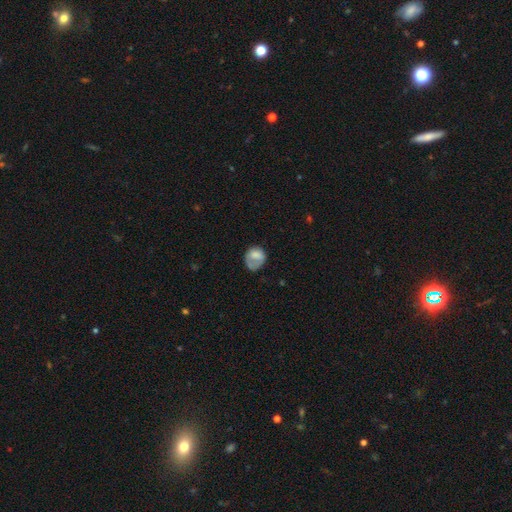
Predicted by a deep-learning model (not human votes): Overall: smooth (71%). How rounded: round (62%; in between 38%). Merging: none (41%; minor disturbance 28%).